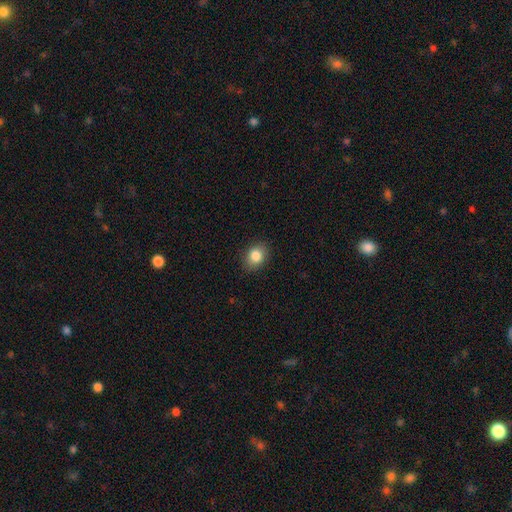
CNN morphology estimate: This is clearly a smooth galaxy (84%). How rounded: possibly in between (52%). Merging: clearly none (86%).